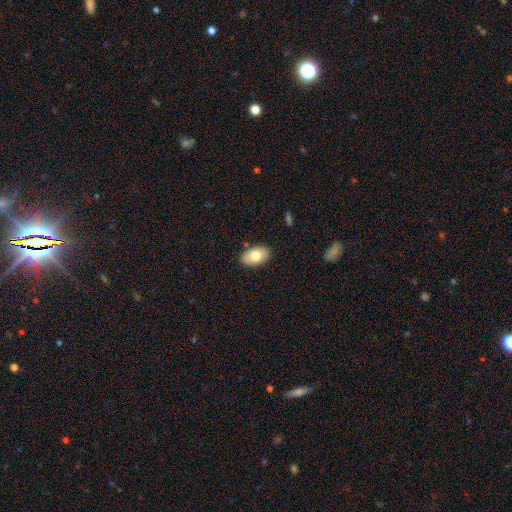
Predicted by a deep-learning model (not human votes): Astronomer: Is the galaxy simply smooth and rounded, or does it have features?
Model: smooth — 75%.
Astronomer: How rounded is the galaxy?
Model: in between — 92%.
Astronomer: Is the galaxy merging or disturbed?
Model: none — 86%.